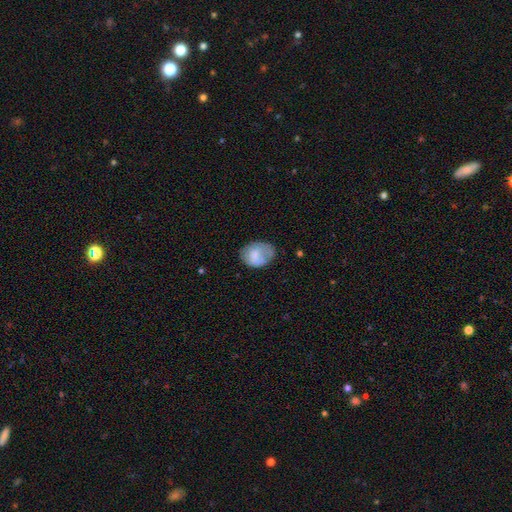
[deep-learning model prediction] A smooth galaxy with no disk features (73%) that is in between round and cigar-shaped (67%). Merging: none (45%).